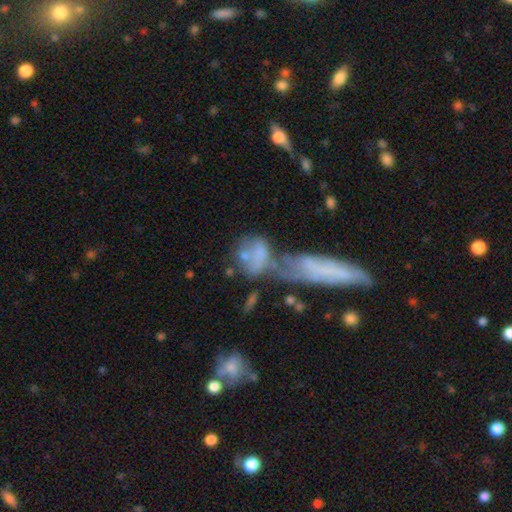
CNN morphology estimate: This appears to be a smooth galaxy with no disk features (55%) that is in between round and cigar-shaped (72%). Merging: merger (47%).